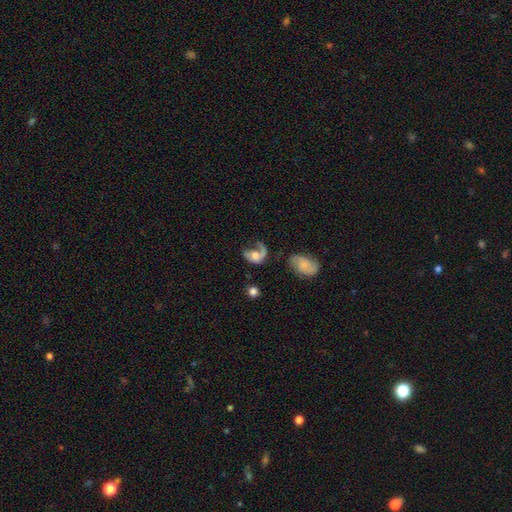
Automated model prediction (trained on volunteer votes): Q: Smooth or featured?
A: featured or disk (54%); runner-up: smooth (36%)
Q: Edge-on disk?
A: no (97%); runner-up: yes (3%)
Q: Bar?
A: no (74%); runner-up: weak (21%)
Q: Spiral arms?
A: yes (77%); runner-up: no (23%)
Q: Bulge size?
A: moderate (31%); runner-up: large (25%)
Q: Merging?
A: major disturbance (47%); runner-up: none (26%)